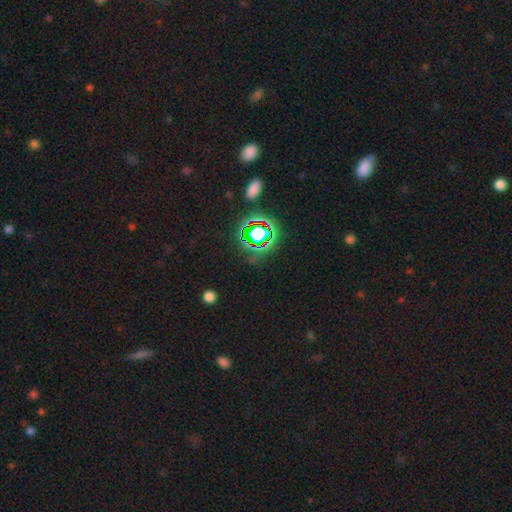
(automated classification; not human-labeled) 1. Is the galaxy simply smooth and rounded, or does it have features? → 76% star or artifact, 16% smooth, 8% featured or disk.